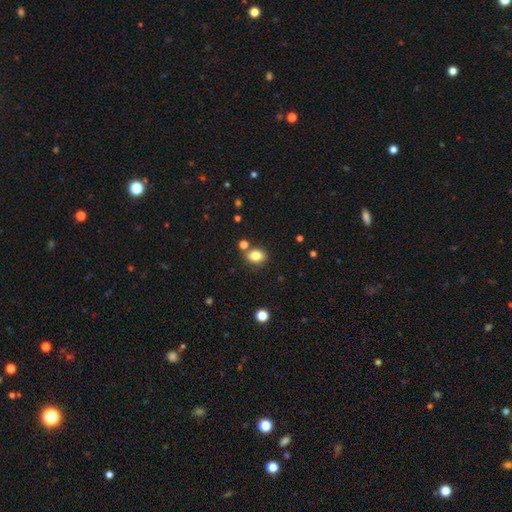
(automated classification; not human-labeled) Smooth or featured?
  - smooth: 82% *
  - star or artifact: 11%
  - featured or disk: 7%
How rounded?
  - in between: 56% *
  - round: 43%
  - cigar-shaped: 1%
Merging?
  - none: 73% *
  - merger: 12%
  - minor disturbance: 12%
  - major disturbance: 3%